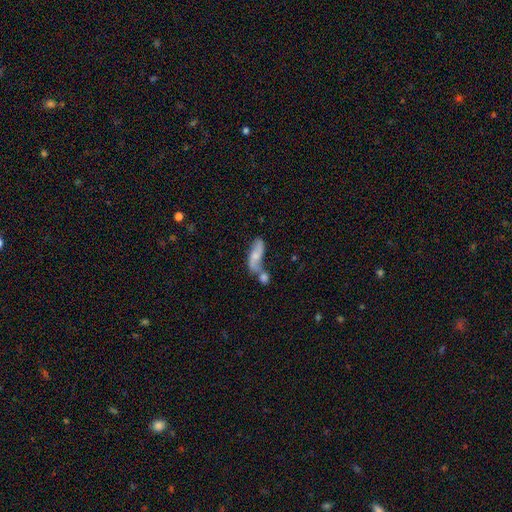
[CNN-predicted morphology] A smooth galaxy with no disk features (49%).

Vote fractions:
- Smooth or featured? smooth: 49% / featured or disk: 43% / star or artifact: 8%
- Merging? merger: 52% / none: 26% / minor disturbance: 13% / major disturbance: 9%